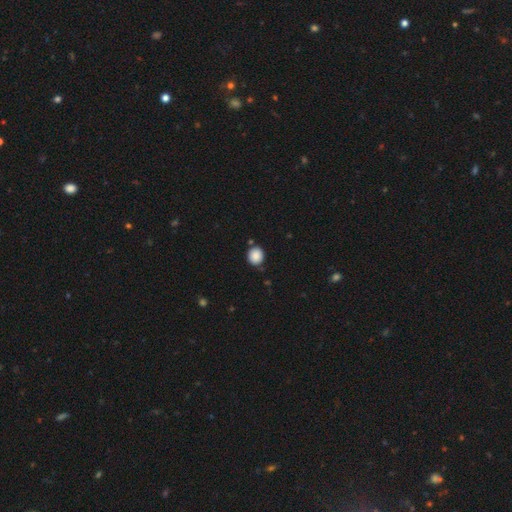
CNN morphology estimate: The model was most divided on "how rounded": round: 85%, in between: 14%, cigar-shaped: 1%. More confident: smooth or featured — smooth (88%); merging — none (82%).